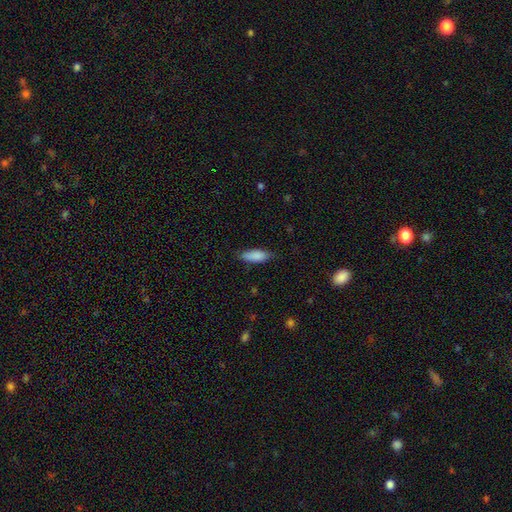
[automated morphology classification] This is clearly a smooth galaxy (87%). How rounded: likely in between (72%). Merging: likely none (80%).